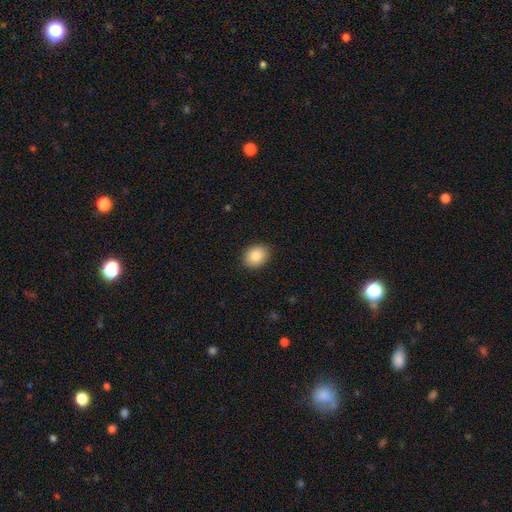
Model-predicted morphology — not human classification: smooth 85%, star or artifact 8%, featured or disk 7%. Down the decision tree: how rounded — in between (51%); merging — none (89%).